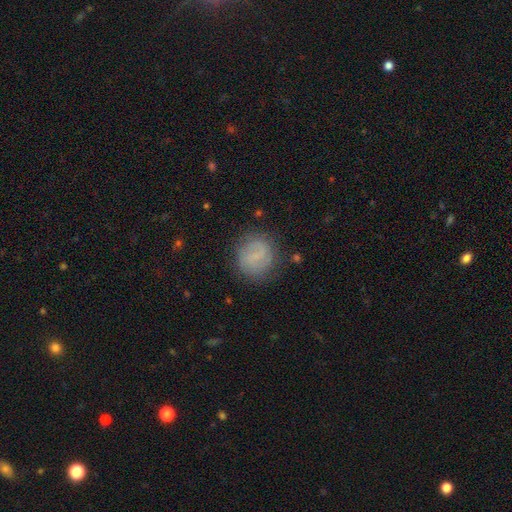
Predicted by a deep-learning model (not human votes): smooth_or_featured: smooth (p=0.48) [alt: featured or disk p=0.43]
merging: none (p=0.78) [alt: minor disturbance p=0.14]